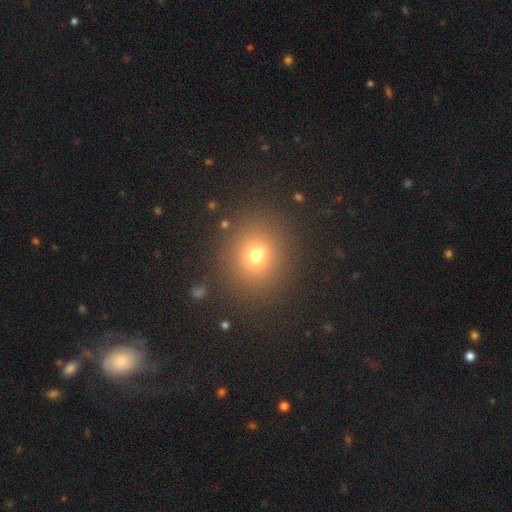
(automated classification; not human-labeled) smooth_or_featured: smooth (p=0.68) [alt: star or artifact p=0.20]
how_rounded: round (p=0.77) [alt: in between p=0.21]
merging: none (p=0.81) [alt: minor disturbance p=0.09]